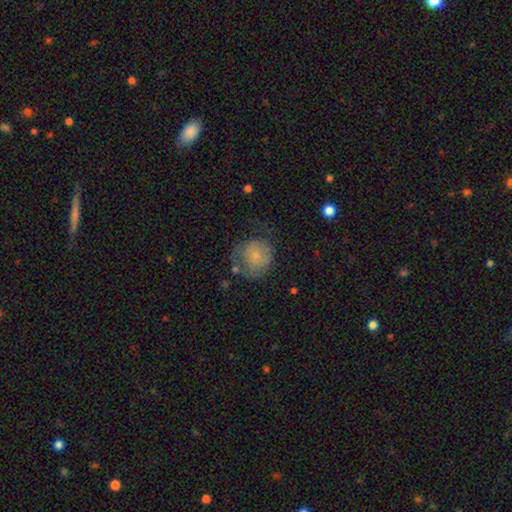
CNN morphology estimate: This is likely a smooth galaxy (68%). How rounded: clearly round (82%). Merging: marginally none (45%).